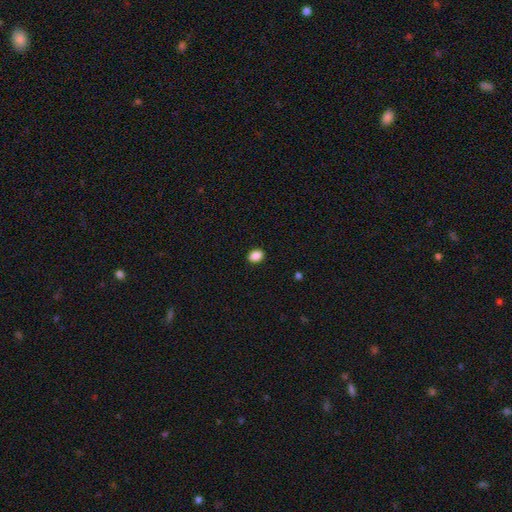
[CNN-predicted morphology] Smooth or featured? Predicted: smooth (p=0.89). How rounded? Predicted: in between (p=0.65). Merging? Predicted: none (p=0.90).